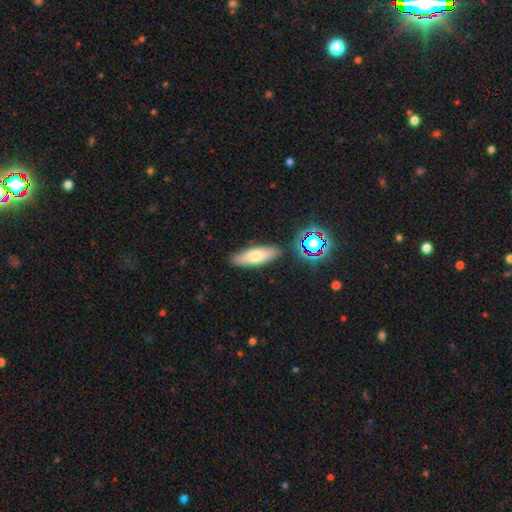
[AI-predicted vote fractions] Smooth or featured?
  - smooth: 64% *
  - featured or disk: 27%
  - star or artifact: 9%
How rounded?
  - cigar-shaped: 49% *
  - in between: 48%
  - round: 3%
Merging?
  - none: 86% *
  - minor disturbance: 9%
  - merger: 3%
  - major disturbance: 2%